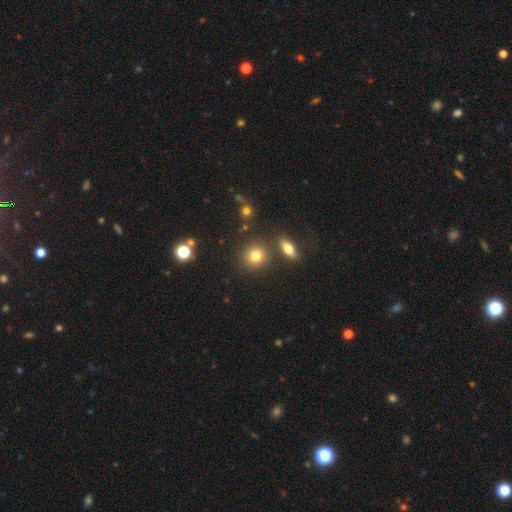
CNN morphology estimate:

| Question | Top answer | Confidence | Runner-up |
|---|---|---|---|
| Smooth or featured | smooth | 79% | star or artifact (12%) |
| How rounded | round | 83% | in between (16%) |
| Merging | none | 81% | merger (8%) |